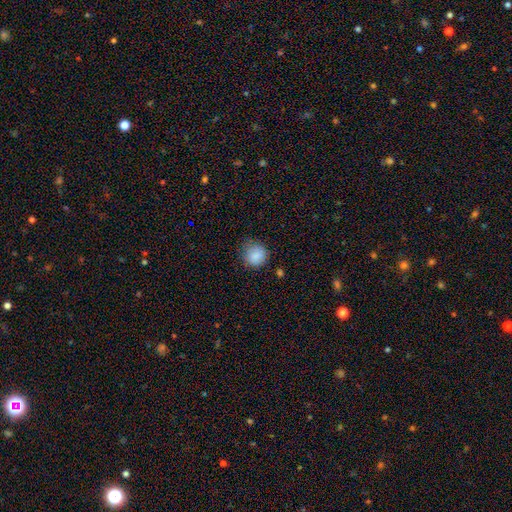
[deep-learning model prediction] smooth_or_featured: smooth (p=0.87) [alt: star or artifact p=0.08]
how_rounded: round (p=0.90) [alt: in between p=0.09]
merging: none (p=0.74) [alt: minor disturbance p=0.20]